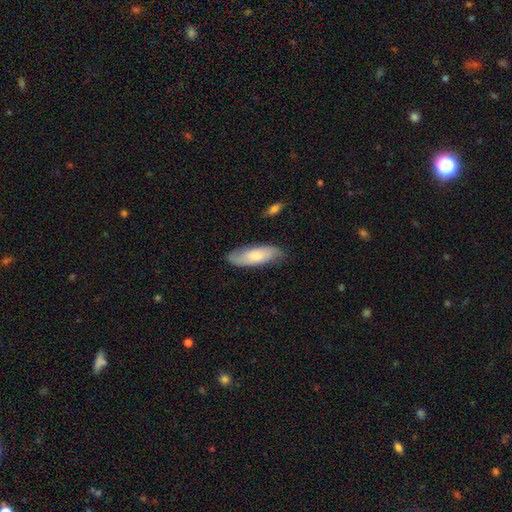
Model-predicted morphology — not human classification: Smooth or featured: smooth — 66% (featured or disk — 28%)
How rounded: in between — 65% (cigar-shaped — 33%)
Merging: none — 78% (minor disturbance — 17%)